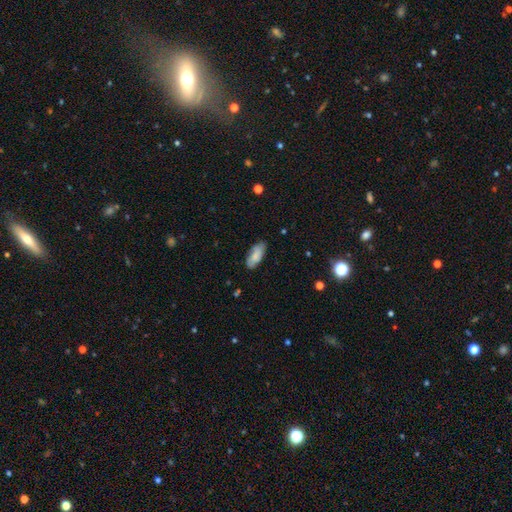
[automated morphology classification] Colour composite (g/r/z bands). It shows a smooth galaxy with no disk features (76%) that is in between round and cigar-shaped (82%). Merging: none (78%).